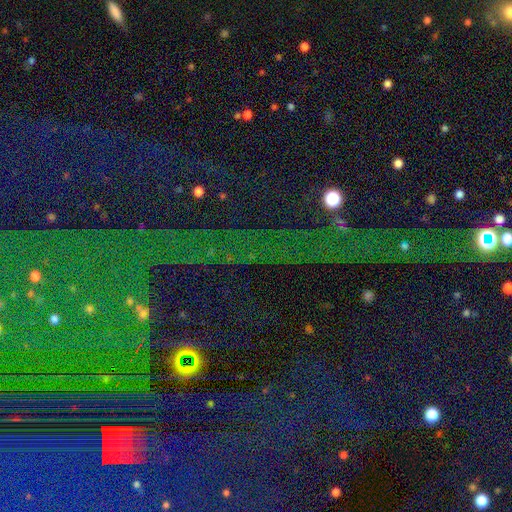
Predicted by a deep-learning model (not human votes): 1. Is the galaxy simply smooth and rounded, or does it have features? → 81% star or artifact, 9% featured or disk, 9% smooth.